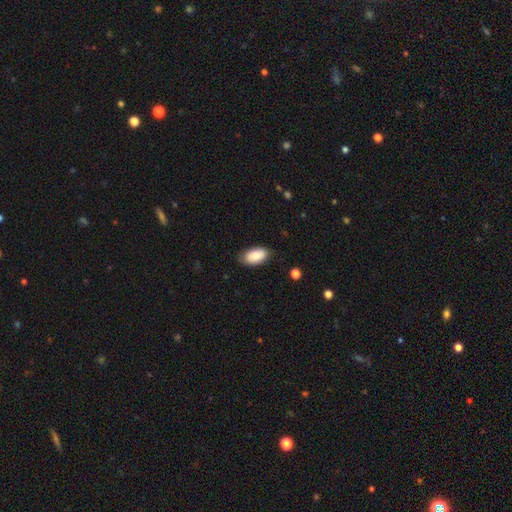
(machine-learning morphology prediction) This is clearly a smooth galaxy (80%). How rounded: clearly in between (94%). Merging: clearly none (82%).